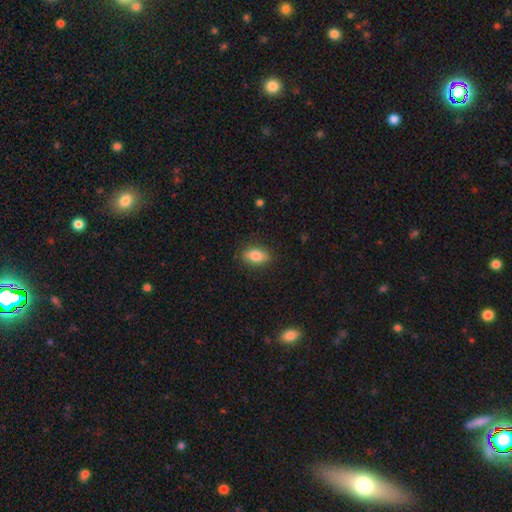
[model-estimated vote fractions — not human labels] A smooth galaxy with no disk features (79%) that is in between round and cigar-shaped (84%). Merging: none (84%).